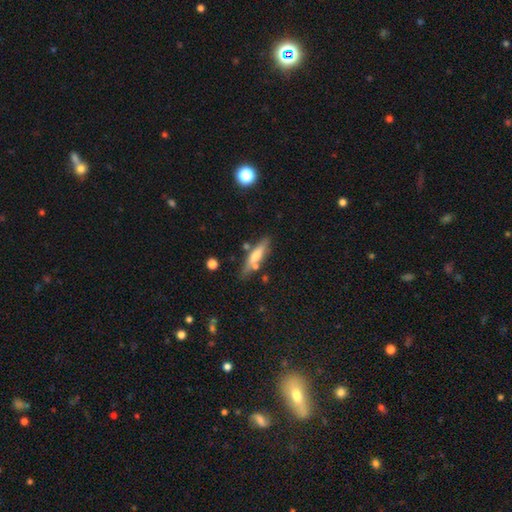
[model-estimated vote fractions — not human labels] smooth_or_featured: smooth (p=0.57) [alt: featured or disk p=0.36]
how_rounded: cigar-shaped (p=0.75) [alt: in between p=0.23]
merging: none (p=0.72) [alt: minor disturbance p=0.16]